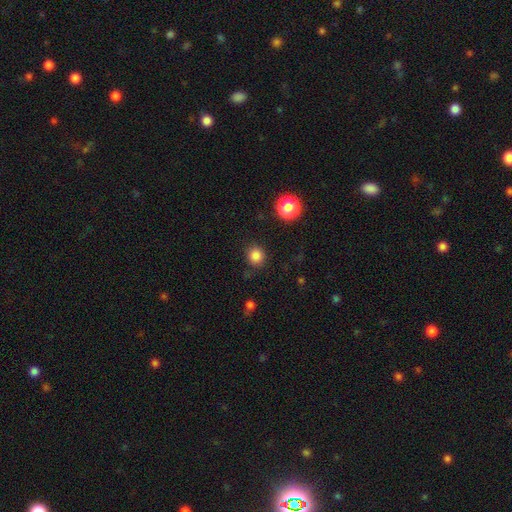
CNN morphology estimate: This appears to be a smooth galaxy with no disk features (84%) that is round (91%). Merging: none (86%).